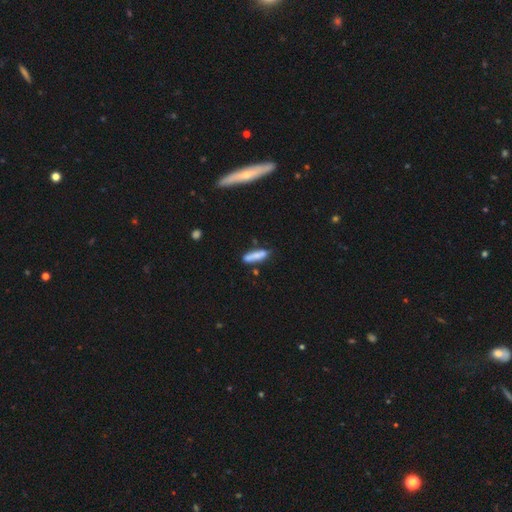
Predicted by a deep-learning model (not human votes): A smooth galaxy with no disk features (82%) that is cigar-shaped (74%).

Vote fractions:
- Smooth or featured? smooth: 82% / featured or disk: 11% / star or artifact: 7%
- How rounded? cigar-shaped: 74% / in between: 24% / round: 2%
- Merging? none: 75% / minor disturbance: 17% / merger: 5% / major disturbance: 3%